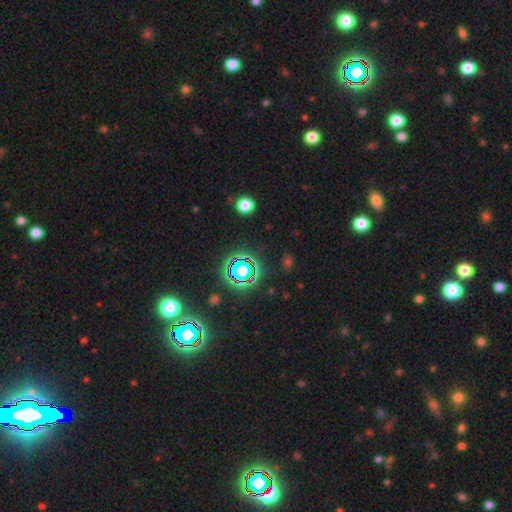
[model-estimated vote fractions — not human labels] smooth-or-featured: star or artifact: 76% | smooth: 15% | featured or disk: 8%